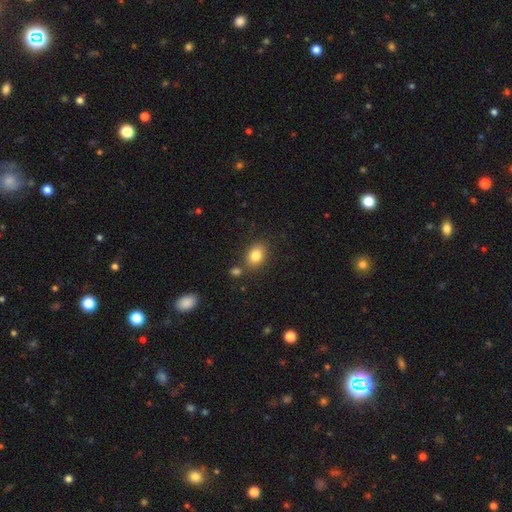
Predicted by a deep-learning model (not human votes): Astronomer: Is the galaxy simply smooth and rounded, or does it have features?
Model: smooth — 83%.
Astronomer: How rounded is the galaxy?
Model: in between — 68%.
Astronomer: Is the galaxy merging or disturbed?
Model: none — 74%.